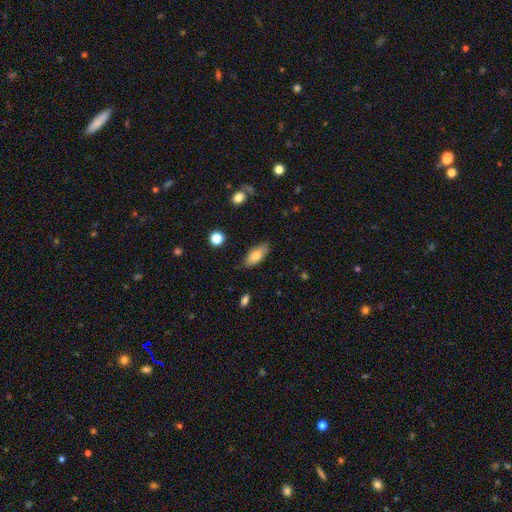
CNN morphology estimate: Smooth or featured? Predicted: smooth (p=0.79). How rounded? Predicted: in between (p=0.82). Merging? Predicted: none (p=0.81).